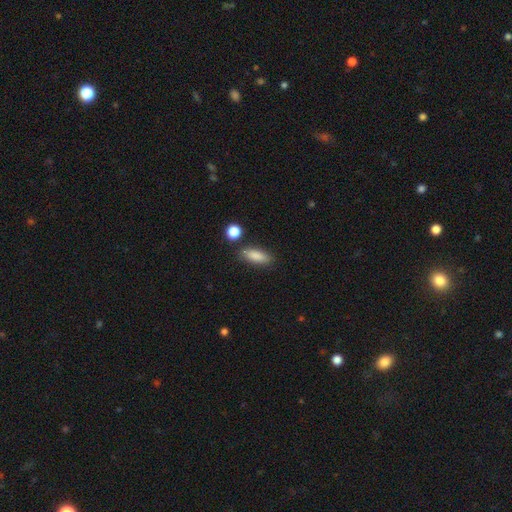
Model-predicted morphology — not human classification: smooth-or-featured: smooth: 85% | featured or disk: 7% | star or artifact: 7%
  how-rounded: in between: 64% | cigar-shaped: 32% | round: 4%
  merging: none: 81% | minor disturbance: 12% | merger: 4% | major disturbance: 3%